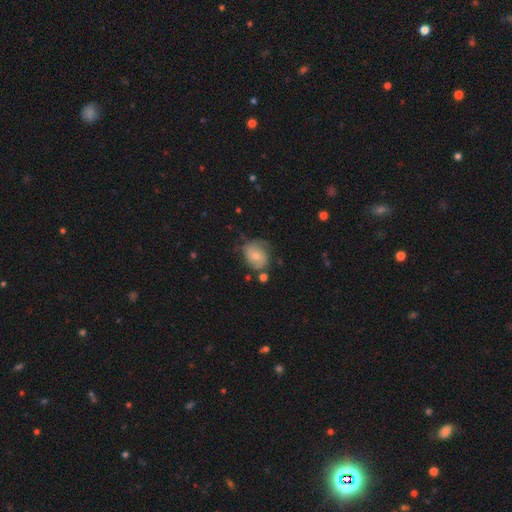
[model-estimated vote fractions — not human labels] Smooth or featured: smooth — 49% (featured or disk — 44%)
Merging: none — 51% (minor disturbance — 30%)